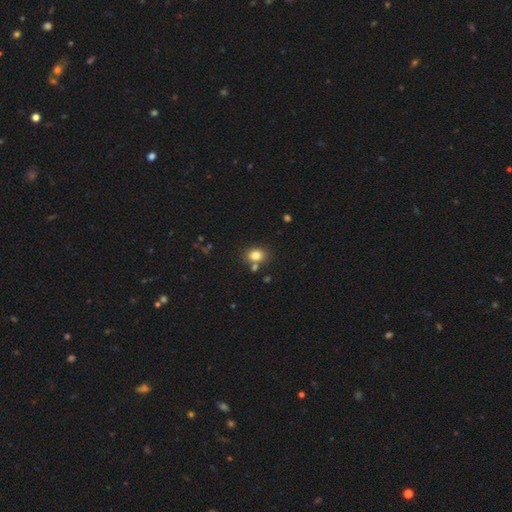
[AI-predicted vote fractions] This appears to be a smooth galaxy with no disk features (81%) that is round (51%). Merging: none (73%).